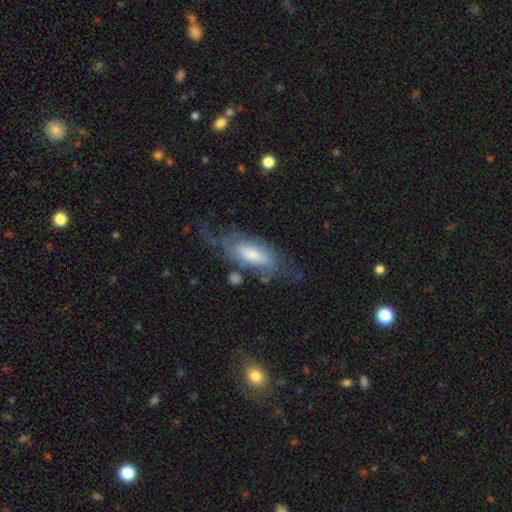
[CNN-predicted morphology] A featured or disk galaxy (50%).

Vote fractions:
- Smooth or featured? featured or disk: 50% / smooth: 44% / star or artifact: 6%
- Edge-on disk? no: 85% / yes: 15%
- Merging? none: 41% / major disturbance: 29% / minor disturbance: 25% / merger: 5%